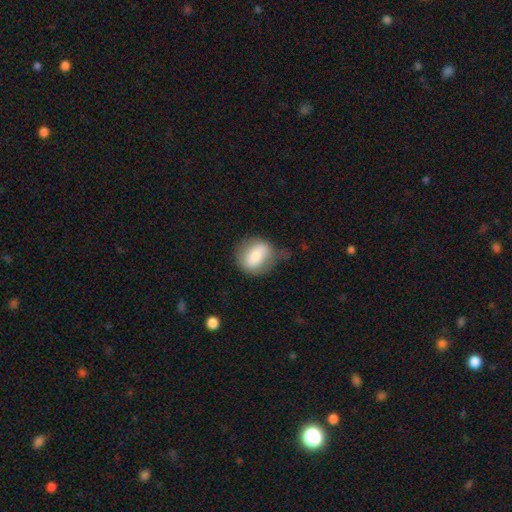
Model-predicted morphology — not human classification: A smooth galaxy with no disk features (71%) that is round (58%). Merging: none (48%).